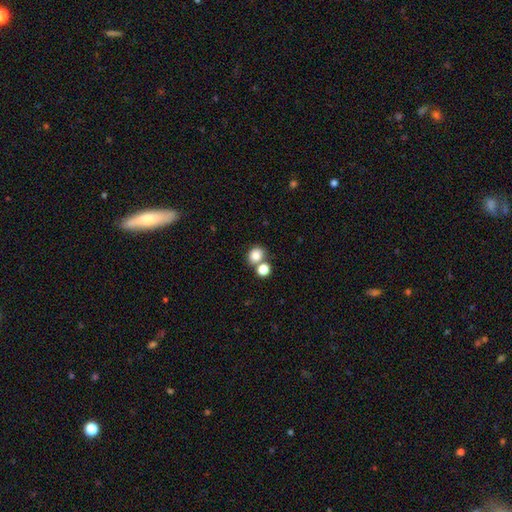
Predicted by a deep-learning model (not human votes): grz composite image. It shows a smooth galaxy with no disk features (80%) that is round (73%). Merging: none (58%).